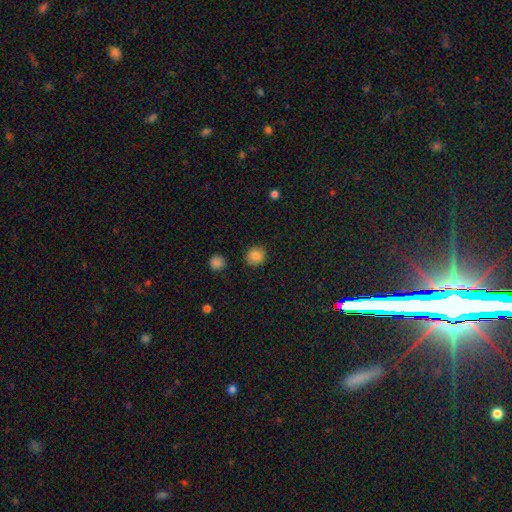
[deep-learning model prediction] Smooth or featured?
  - smooth: 84% *
  - star or artifact: 11%
  - featured or disk: 5%
How rounded?
  - round: 85% *
  - in between: 14%
  - cigar-shaped: 1%
Merging?
  - none: 89% *
  - minor disturbance: 7%
  - major disturbance: 2%
  - merger: 2%